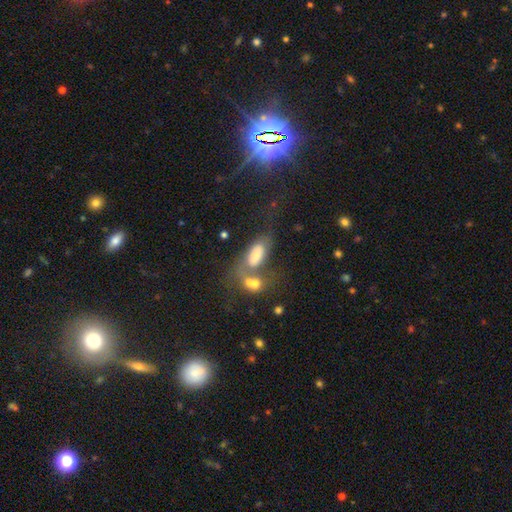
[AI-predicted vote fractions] Smooth or featured? smooth (59%)
How rounded? in between (84%)
Merging? merger (50%)